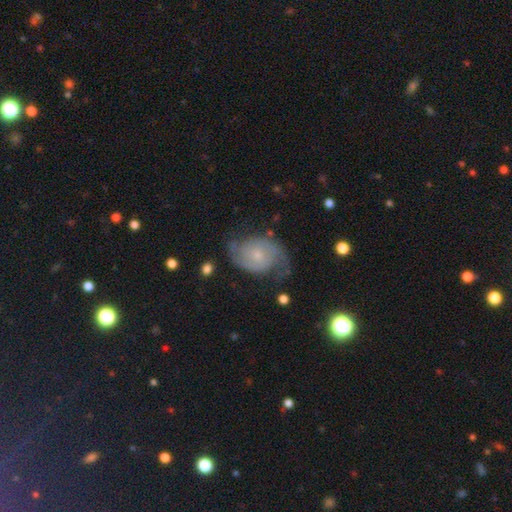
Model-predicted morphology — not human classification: This is clearly a featured or disk galaxy (83%). It is clearly not viewed edge-on (97%). Bar: likely no (69%). Spiral arm pattern: clearly yes (96%). Spiral arm count: clearly 2 (89%). Spiral winding: possibly medium (47%). Central bulge: likely small (64%). Merging: likely none (69%).